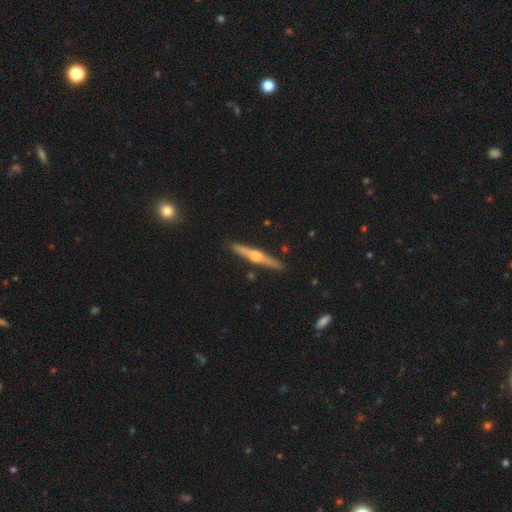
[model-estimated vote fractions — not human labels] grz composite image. It shows a featured or disk galaxy (75%) viewed edge-on (98%) with a rounded central bulge (94%). Merging: none (90%).